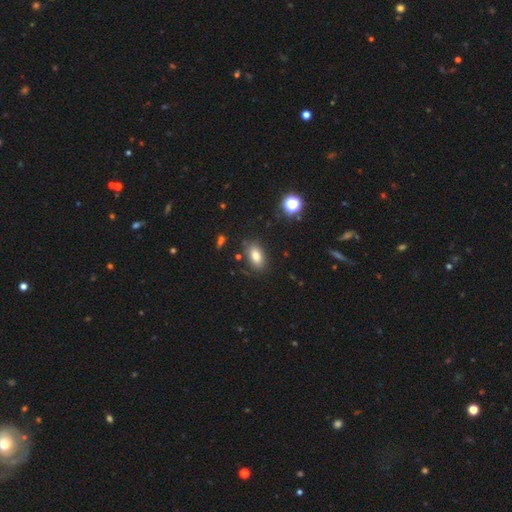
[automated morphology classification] A smooth galaxy with no disk features (82%) that is in between round and cigar-shaped (90%).

Vote fractions:
- Smooth or featured? smooth: 82% / star or artifact: 10% / featured or disk: 8%
- How rounded? in between: 90% / round: 7% / cigar-shaped: 3%
- Merging? none: 83% / minor disturbance: 11% / major disturbance: 3% / merger: 3%